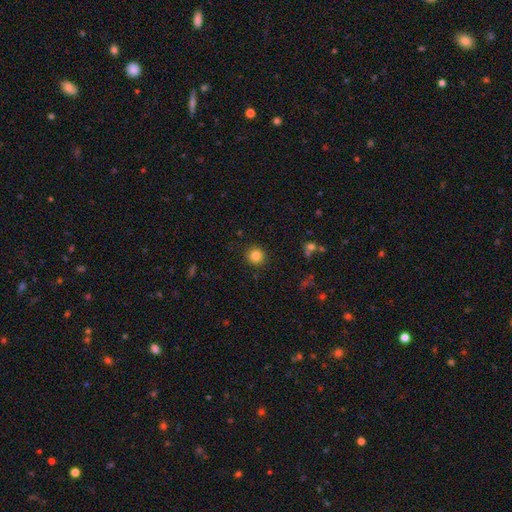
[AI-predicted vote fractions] This appears to be a smooth galaxy with no disk features (83%) that is round (94%). Merging: none (91%).